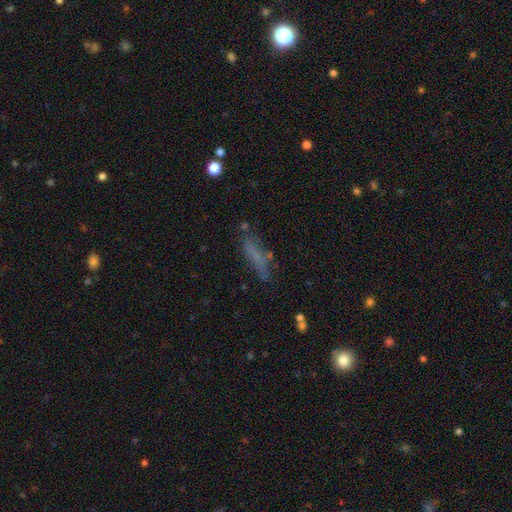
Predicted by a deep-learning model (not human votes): Smooth or featured?
  - smooth: 58% *
  - featured or disk: 28%
  - star or artifact: 14%
How rounded?
  - cigar-shaped: 72% *
  - in between: 26%
  - round: 3%
Merging?
  - none: 63% *
  - minor disturbance: 22%
  - major disturbance: 11%
  - merger: 5%